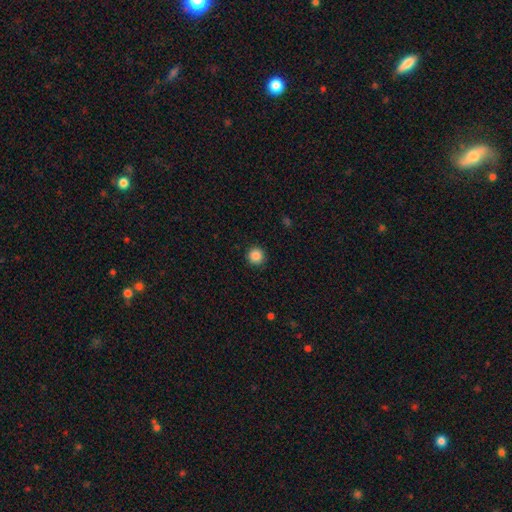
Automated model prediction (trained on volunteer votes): Smooth or featured?
  - smooth: 86% *
  - star or artifact: 10%
  - featured or disk: 4%
How rounded?
  - round: 95% *
  - in between: 4%
  - cigar-shaped: 1%
Merging?
  - none: 92% *
  - minor disturbance: 6%
  - major disturbance: 2%
  - merger: 1%